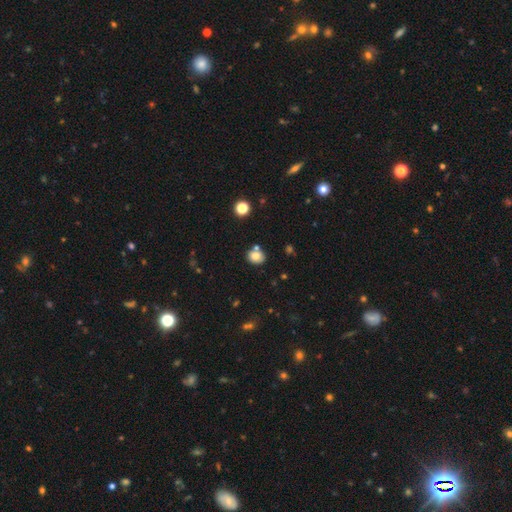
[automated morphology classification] The model was most divided on "how rounded": round: 54%, in between: 45%, cigar-shaped: 1%. More confident: smooth or featured — smooth (77%); merging — none (69%).